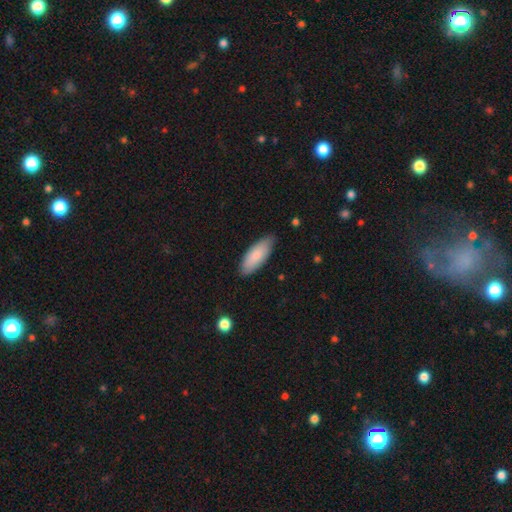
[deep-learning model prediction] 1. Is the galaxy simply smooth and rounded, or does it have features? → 85% smooth, 10% featured or disk, 5% star or artifact.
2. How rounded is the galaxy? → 76% in between, 22% cigar-shaped, 1% round.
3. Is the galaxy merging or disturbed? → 81% none, 16% minor disturbance, 2% major disturbance, 1% merger.